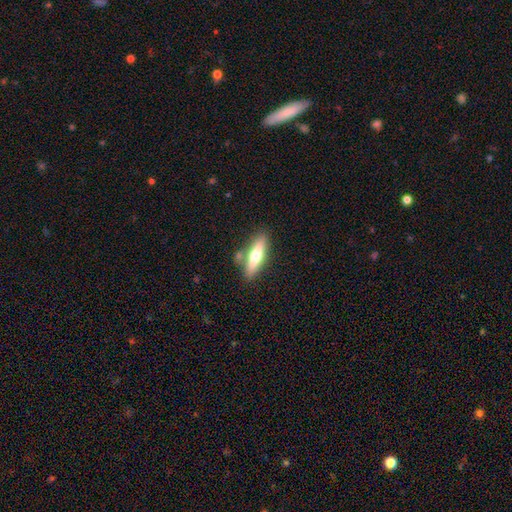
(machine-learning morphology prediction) Smooth or featured? smooth (55%)
How rounded? cigar-shaped (67%)
Merging? none (76%)